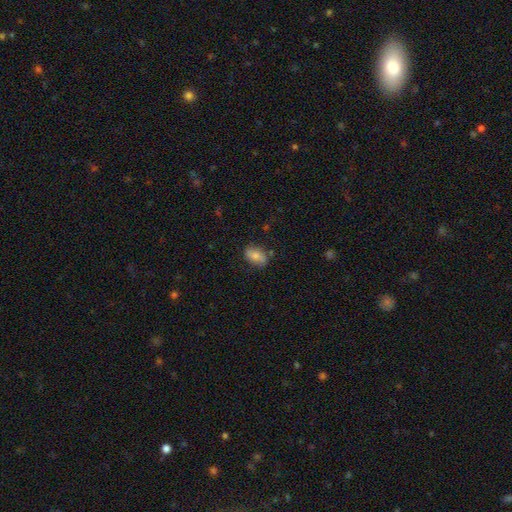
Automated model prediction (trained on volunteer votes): A smooth galaxy with no disk features (72%) that is in between round and cigar-shaped (85%).

Vote fractions:
- Smooth or featured? smooth: 72% / featured or disk: 20% / star or artifact: 8%
- How rounded? in between: 85% / round: 12% / cigar-shaped: 3%
- Merging? none: 74% / minor disturbance: 19% / major disturbance: 5% / merger: 2%